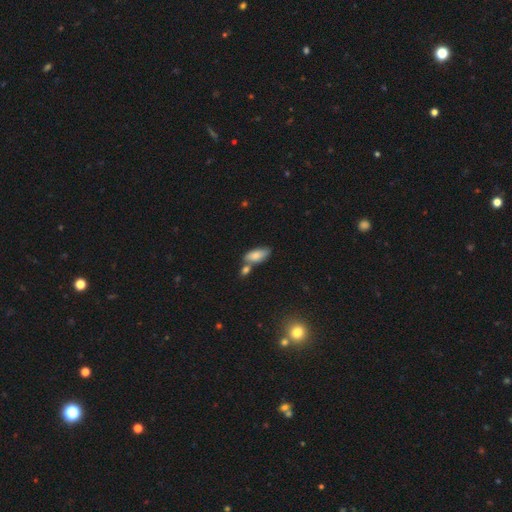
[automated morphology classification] smooth-or-featured: smooth: 80% | featured or disk: 13% | star or artifact: 7%
  how-rounded: in between: 83% | cigar-shaped: 14% | round: 3%
  merging: none: 52% | merger: 28% | minor disturbance: 16% | major disturbance: 4%